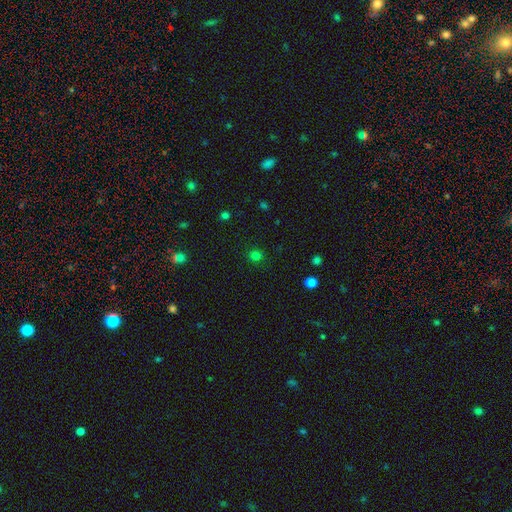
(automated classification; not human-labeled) Morphology: type=smooth (77%); roundness=round (84%); merging=none (89%).